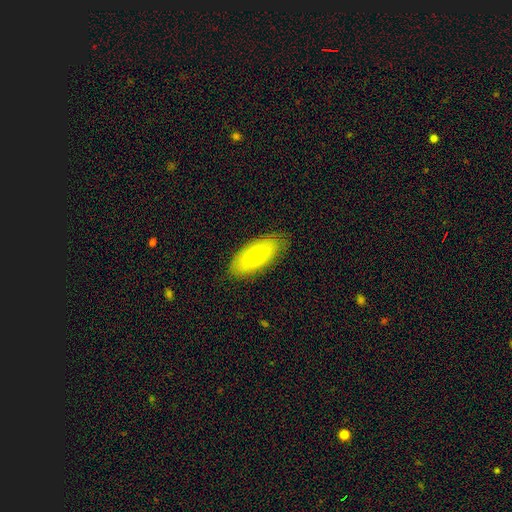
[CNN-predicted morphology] This appears to be a smooth galaxy with no disk features (59%) that is in between round and cigar-shaped (82%). Merging: none (83%).